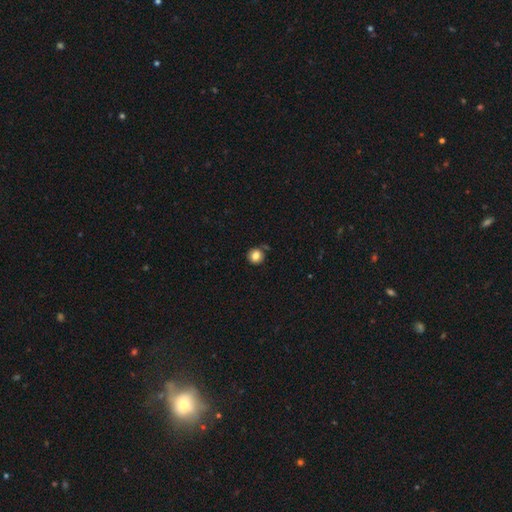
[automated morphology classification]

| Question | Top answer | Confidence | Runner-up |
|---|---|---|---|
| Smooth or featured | smooth | 83% | star or artifact (10%) |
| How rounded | round | 92% | in between (7%) |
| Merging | none | 81% | minor disturbance (12%) |